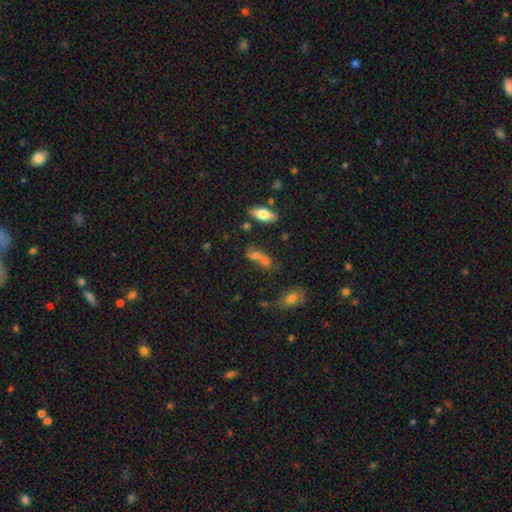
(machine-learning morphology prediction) type=smooth (61%); roundness=in between (66%); merging=none (45%).